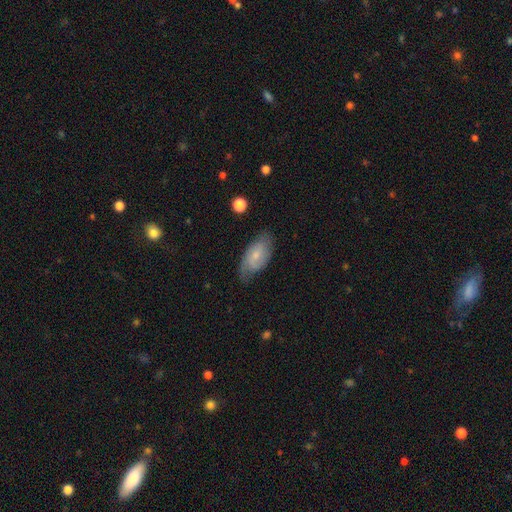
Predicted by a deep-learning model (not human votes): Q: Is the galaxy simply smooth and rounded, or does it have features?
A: smooth — 50%.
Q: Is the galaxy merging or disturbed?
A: none — 66%.